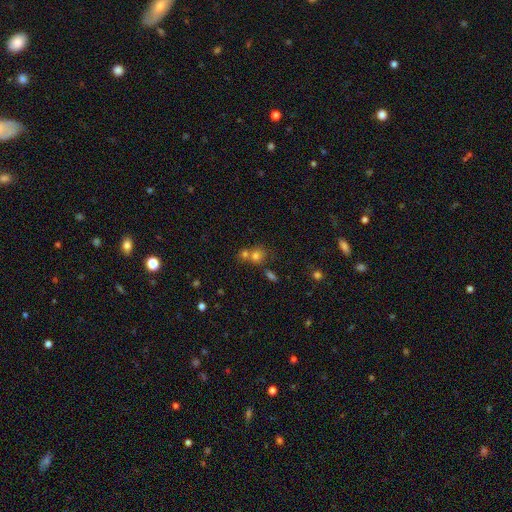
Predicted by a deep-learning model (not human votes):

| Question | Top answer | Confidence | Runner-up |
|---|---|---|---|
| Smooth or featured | smooth | 71% | star or artifact (17%) |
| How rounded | round | 76% | in between (23%) |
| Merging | merger | 44% | tied: none (44%) |